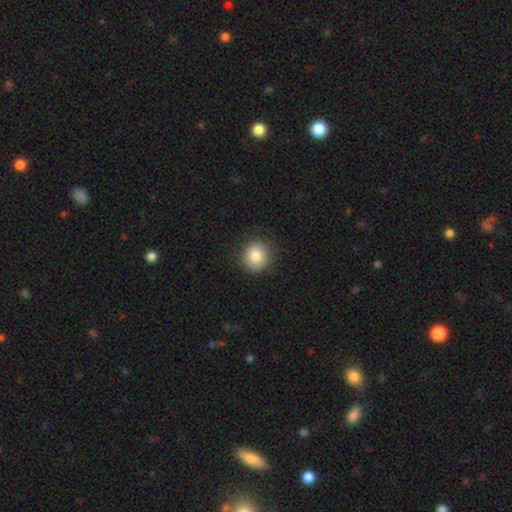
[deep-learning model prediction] A smooth galaxy with no disk features (83%) that is round (91%).

Vote fractions:
- Smooth or featured? smooth: 83% / star or artifact: 9% / featured or disk: 8%
- How rounded? round: 91% / in between: 8% / cigar-shaped: 1%
- Merging? none: 89% / minor disturbance: 7% / major disturbance: 2% / merger: 1%